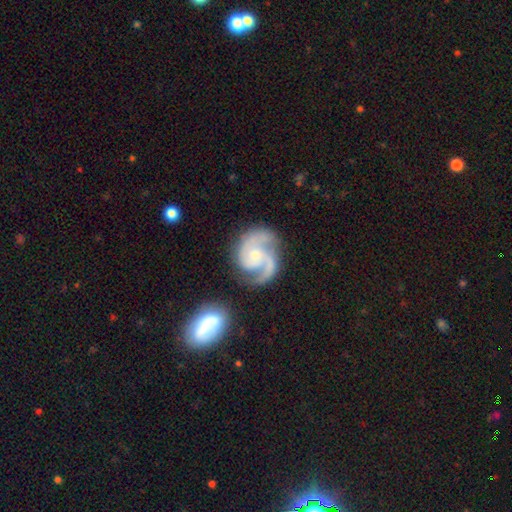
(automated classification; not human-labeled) smooth-or-featured: featured or disk: 90% | smooth: 5% | star or artifact: 5%
  disk-edge-on: no: 98% | yes: 2%
    bar: no: 67% | weak: 28% | strong: 6%
    has-spiral-arms: yes: 98% | no: 2%
      spiral-winding: medium: 55% | tight: 33% | loose: 12%
      spiral-arm-count: 2: 67% | 3: 19% | can't tell: 4% | 1: 4% | 4: 2% | more than 4: 2%
    bulge-size: small: 56% | moderate: 38% | none: 3% | large: 2% | dominant: 1%
  merging: none: 65% | minor disturbance: 19% | major disturbance: 10% | merger: 7%